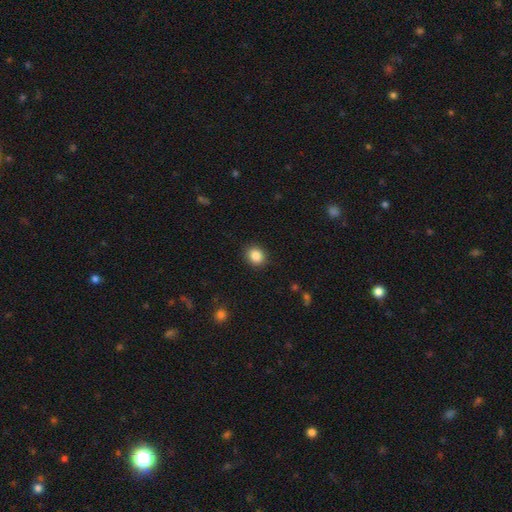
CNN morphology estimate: A smooth galaxy with no disk features (86%) that is round (71%). Merging: none (89%).